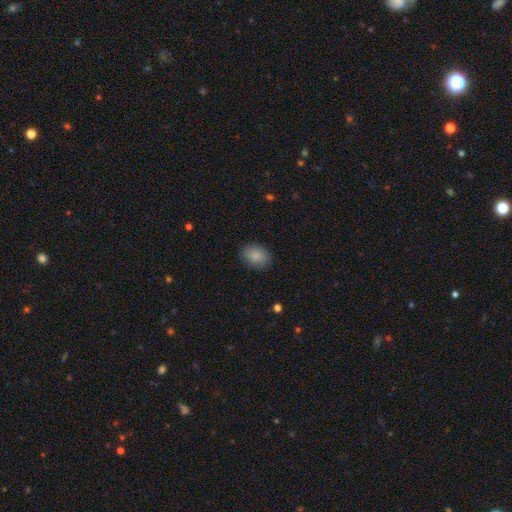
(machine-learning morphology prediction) A smooth galaxy with no disk features (88%) that is in between round and cigar-shaped (69%).

Vote fractions:
- Smooth or featured? smooth: 88% / star or artifact: 8% / featured or disk: 4%
- How rounded? in between: 69% / round: 30% / cigar-shaped: 1%
- Merging? none: 86% / minor disturbance: 10% / major disturbance: 3% / merger: 1%